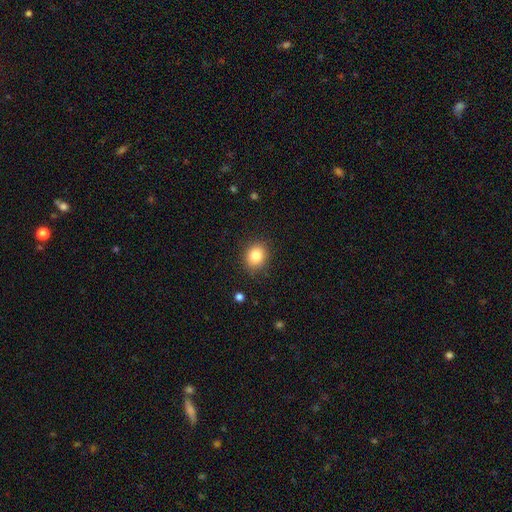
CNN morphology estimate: smooth-or-featured: smooth: 84% | star or artifact: 10% | featured or disk: 6%
  how-rounded: round: 57% | in between: 42% | cigar-shaped: 1%
  merging: none: 85% | minor disturbance: 11% | major disturbance: 3% | merger: 1%